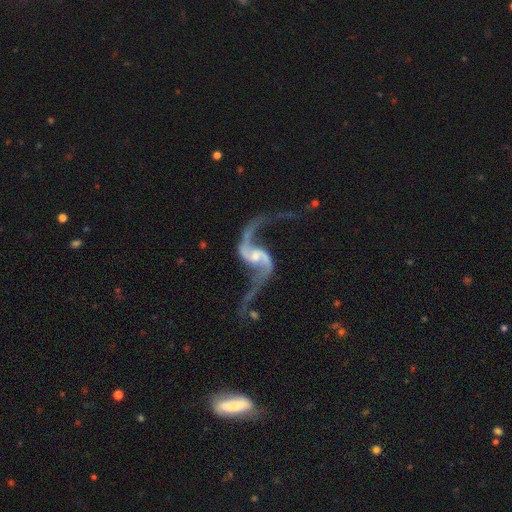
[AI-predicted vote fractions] This appears to be a featured or disk galaxy (93%) with a weak bar (45%), 2 (94%) loose (90%) spiral arms (97%) and a small central bulge (43%). Merging: none (59%).